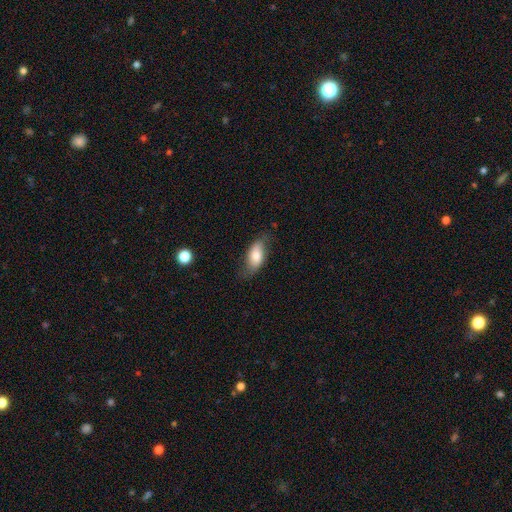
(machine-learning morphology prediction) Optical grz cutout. It shows a smooth galaxy with no disk features (70%) that is in between round and cigar-shaped (88%). Merging: none (63%).